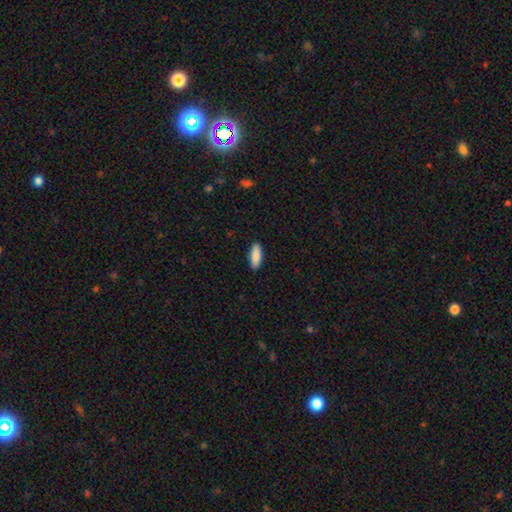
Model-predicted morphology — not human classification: Q: Smooth or featured?
A: smooth (89%); runner-up: featured or disk (6%)
Q: How rounded?
A: in between (62%); runner-up: cigar-shaped (37%)
Q: Merging?
A: none (91%); runner-up: minor disturbance (7%)